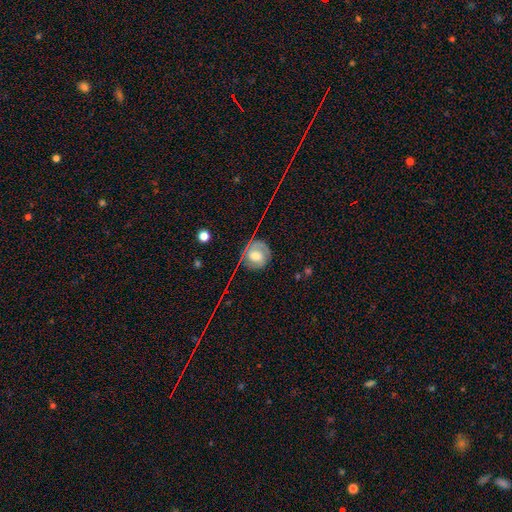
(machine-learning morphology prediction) A featured or disk galaxy (57%) with no bar (54%), spiral arms (81%) and a moderate central bulge (63%).

Vote fractions:
- Smooth or featured? featured or disk: 57% / smooth: 33% / star or artifact: 10%
- Edge-on disk? no: 96% / yes: 4%
- Bar? no: 54% / weak: 36% / strong: 10%
- Spiral arms? yes: 81% / no: 19%
- Bulge size? moderate: 63% / small: 16% / large: 16% / none: 3% / dominant: 2%
- Merging? none: 71% / minor disturbance: 19% / major disturbance: 8% / merger: 2%